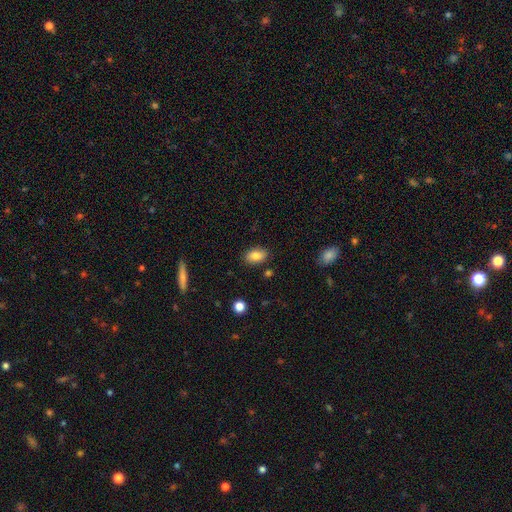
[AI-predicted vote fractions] A smooth galaxy with no disk features (83%) that is in between round and cigar-shaped (88%). Merging: none (84%).